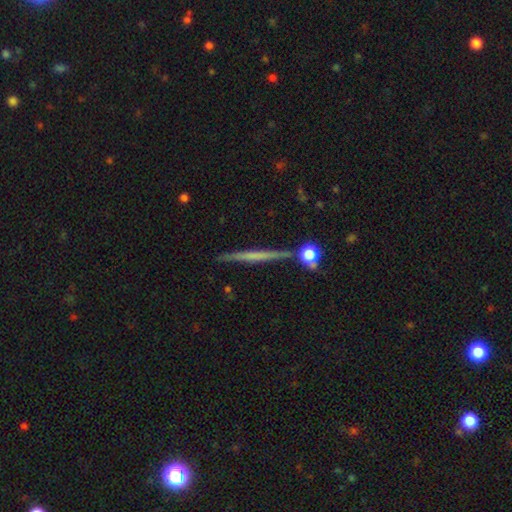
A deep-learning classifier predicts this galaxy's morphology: featured or disk 56%, smooth 36%, star or artifact 7%. Down the decision tree: edge-on disk — yes (97%); edge-on bulge — none (80%); merging — none (85%).